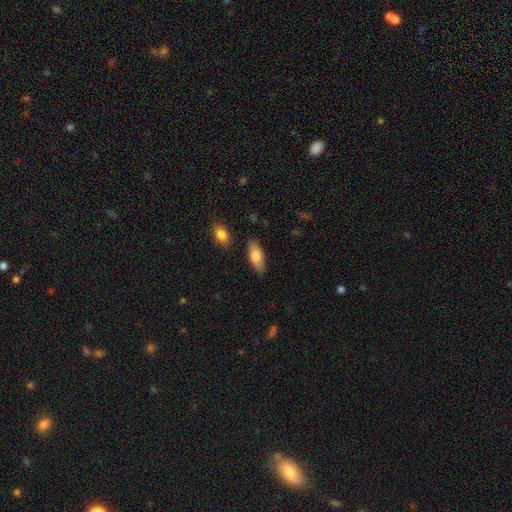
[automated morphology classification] The model was most divided on "how rounded": in between: 78%, cigar-shaped: 19%, round: 2%. More confident: merging — none (85%); smooth or featured — smooth (78%).